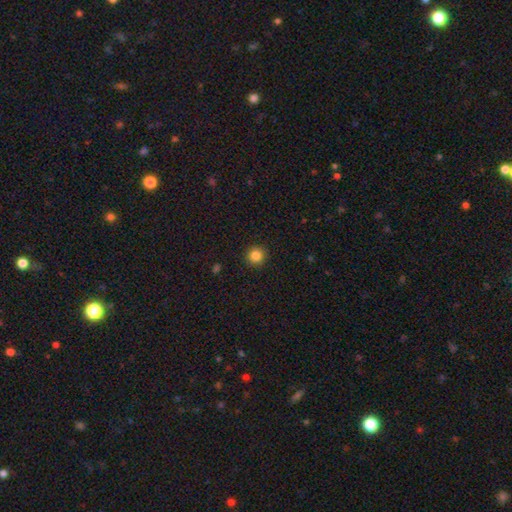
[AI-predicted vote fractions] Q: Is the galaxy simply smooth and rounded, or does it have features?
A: smooth — 84%.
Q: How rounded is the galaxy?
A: round — 94%.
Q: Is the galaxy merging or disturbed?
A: none — 92%.